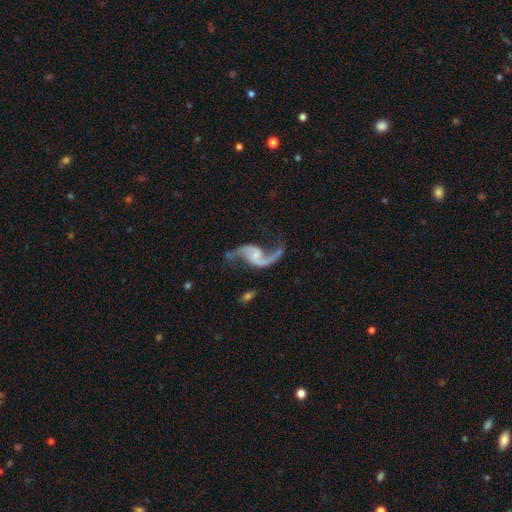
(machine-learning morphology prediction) Smooth or featured? featured or disk (92%)
Edge-on disk? no (98%)
Bar? no (50%)
Spiral arms? yes (97%)
Spiral winding? loose (82%)
Spiral arm count? 2 (92%)
Bulge size? small (39%)
Merging? none (68%)